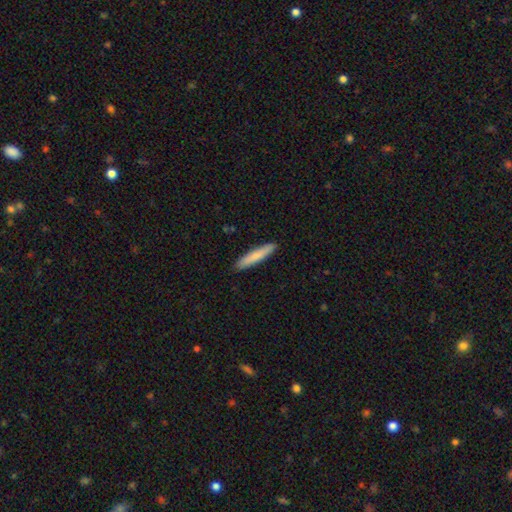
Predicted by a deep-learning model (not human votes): A smooth galaxy with no disk features (78%) that is cigar-shaped (92%). Merging: none (91%).